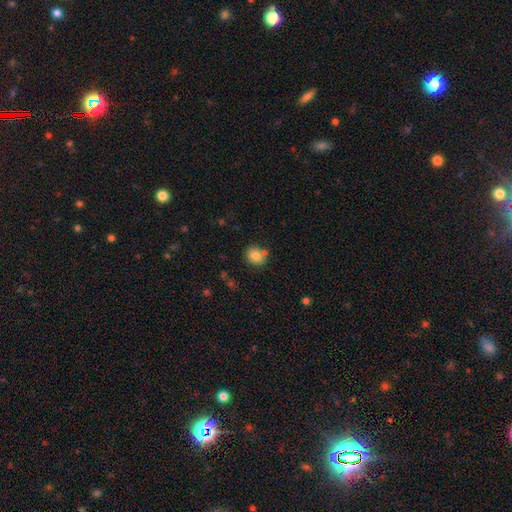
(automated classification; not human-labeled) Smooth or featured? smooth (80%)
How rounded? round (80%)
Merging? none (73%)